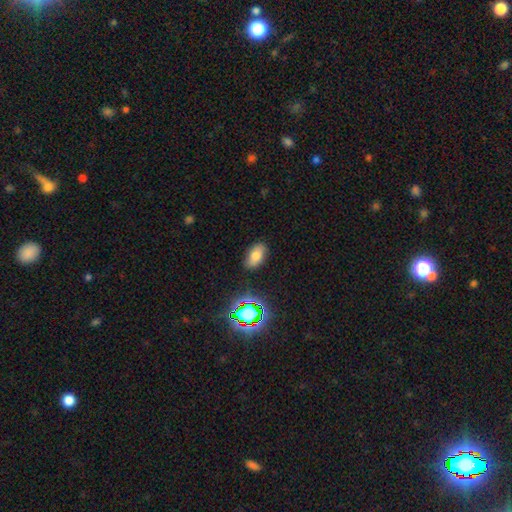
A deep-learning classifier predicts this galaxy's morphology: The model was most divided on "smooth or featured": smooth: 73%, star or artifact: 16%, featured or disk: 12%. More confident: how rounded — in between (91%); merging — none (84%).